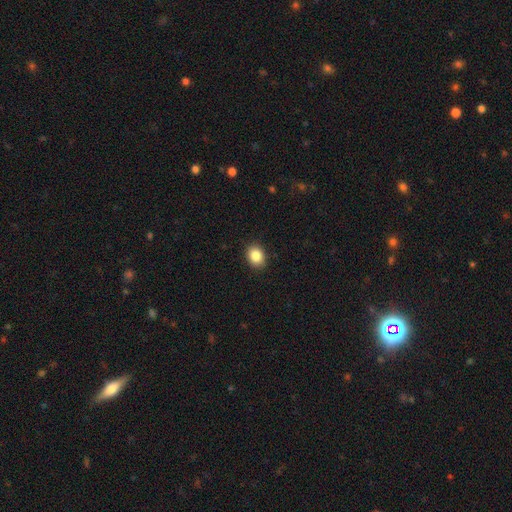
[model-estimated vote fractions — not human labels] This appears to be a smooth galaxy with no disk features (86%) that is in between round and cigar-shaped (55%). Merging: none (89%).